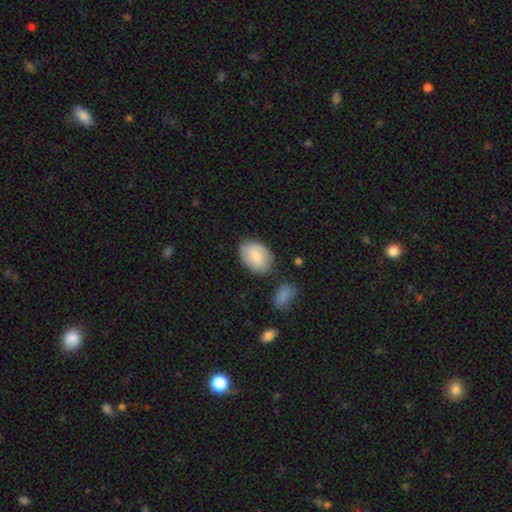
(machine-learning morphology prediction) smooth_or_featured: smooth (p=0.80) [alt: featured or disk p=0.14]
how_rounded: in between (p=0.80) [alt: round p=0.18]
merging: none (p=0.69) [alt: minor disturbance p=0.19]